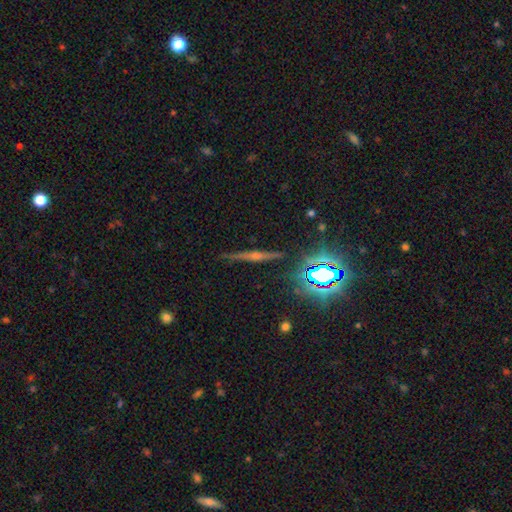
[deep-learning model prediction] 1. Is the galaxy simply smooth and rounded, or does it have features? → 60% featured or disk, 23% star or artifact, 17% smooth.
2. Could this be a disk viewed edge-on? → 96% yes, 4% no.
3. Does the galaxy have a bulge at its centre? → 80% rounded, 11% none, 8% boxy.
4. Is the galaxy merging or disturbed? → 88% none, 8% minor disturbance, 2% major disturbance, 2% merger.